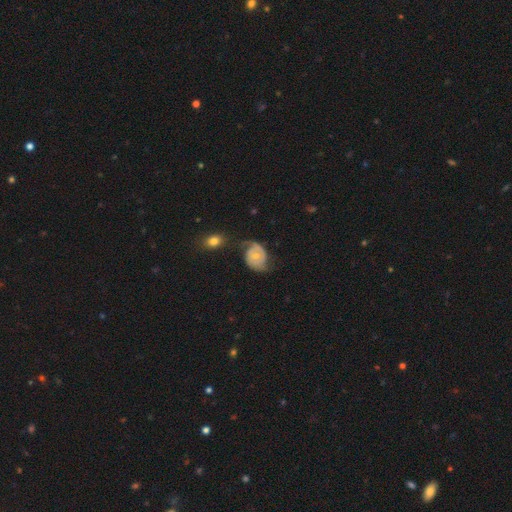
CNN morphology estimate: Q: Smooth or featured?
A: featured or disk (69%); runner-up: smooth (24%)
Q: Edge-on disk?
A: no (97%); runner-up: yes (3%)
Q: Bar?
A: no (73%); runner-up: weak (23%)
Q: Spiral arms?
A: yes (84%); runner-up: no (16%)
Q: Spiral winding?
A: tight (38%); runner-up: medium (37%)
Q: Spiral arm count?
A: 2 (74%); runner-up: can't tell (12%)
Q: Bulge size?
A: small (57%); runner-up: moderate (37%)
Q: Merging?
A: none (44%); runner-up: minor disturbance (29%)